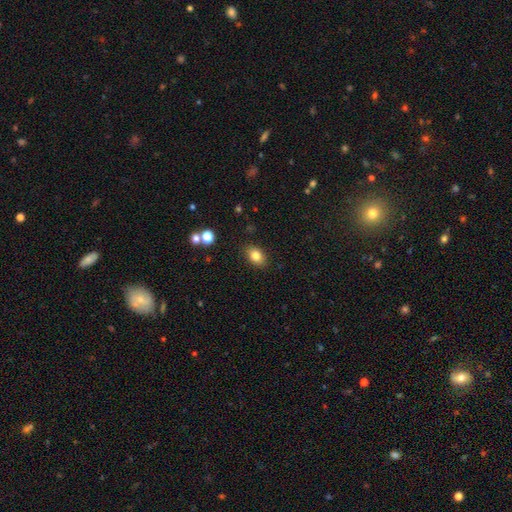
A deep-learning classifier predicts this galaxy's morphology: A smooth galaxy with no disk features (81%) that is in between round and cigar-shaped (79%).

Vote fractions:
- Smooth or featured? smooth: 81% / star or artifact: 10% / featured or disk: 9%
- How rounded? in between: 79% / round: 19% / cigar-shaped: 1%
- Merging? none: 87% / minor disturbance: 9% / major disturbance: 2% / merger: 2%